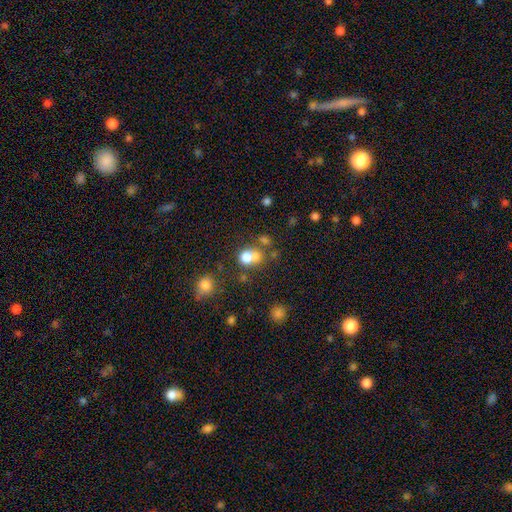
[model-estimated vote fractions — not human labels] smooth_or_featured: smooth (p=0.69) [alt: star or artifact p=0.18]
how_rounded: round (p=0.72) [alt: in between p=0.27]
merging: merger (p=0.44) [alt: none p=0.40]